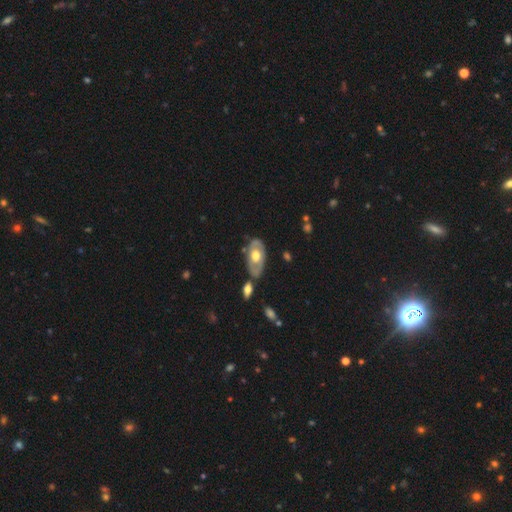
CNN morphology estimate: Smooth or featured? Predicted: featured or disk (p=0.57). Edge-on disk? Predicted: no (p=0.86). Merging? Predicted: none (p=0.69).